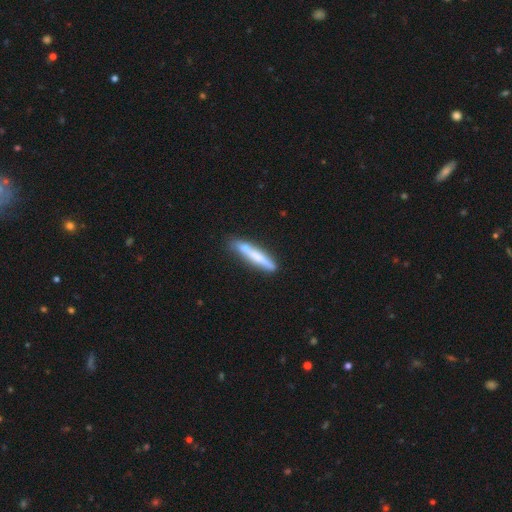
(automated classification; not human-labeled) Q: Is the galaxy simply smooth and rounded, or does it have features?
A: smooth — 61%.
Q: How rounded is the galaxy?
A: cigar-shaped — 92%.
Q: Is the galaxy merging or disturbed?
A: none — 71%.